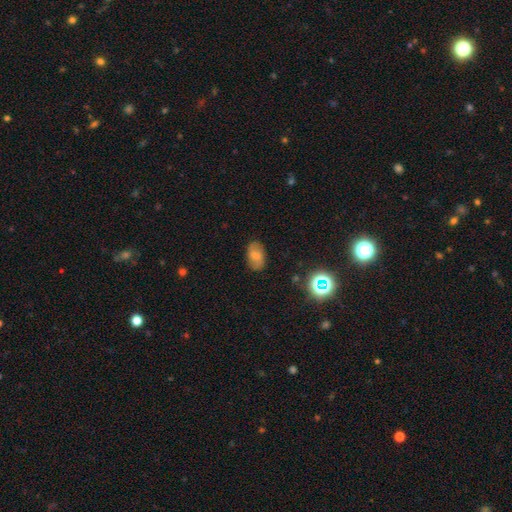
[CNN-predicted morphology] smooth_or_featured: smooth (p=0.61) [alt: featured or disk p=0.27]
how_rounded: in between (p=0.89) [alt: round p=0.10]
merging: none (p=0.82) [alt: minor disturbance p=0.14]